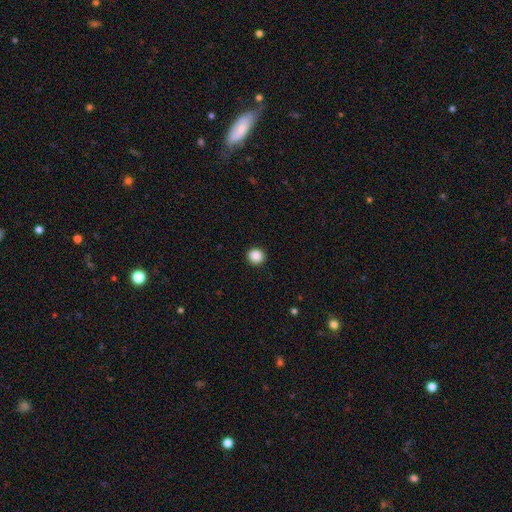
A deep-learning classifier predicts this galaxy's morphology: A smooth galaxy with no disk features (89%) that is round (91%). Merging: none (92%).